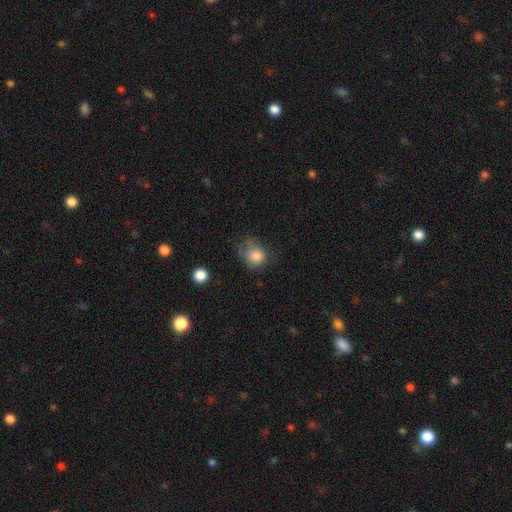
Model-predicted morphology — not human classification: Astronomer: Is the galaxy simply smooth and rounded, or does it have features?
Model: smooth — 82%.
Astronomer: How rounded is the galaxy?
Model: round — 68%.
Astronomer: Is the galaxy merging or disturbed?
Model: none — 41% (runner-up: minor disturbance, 33%).